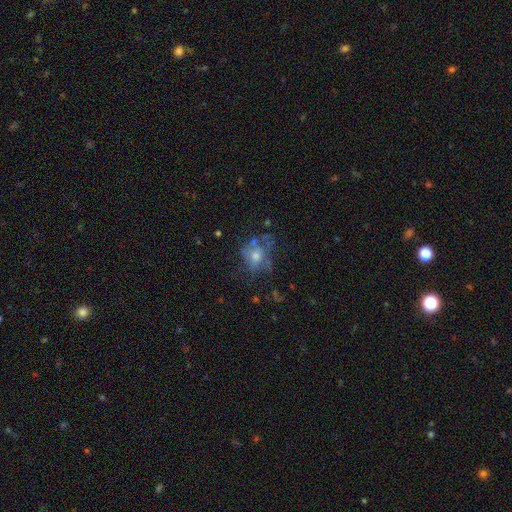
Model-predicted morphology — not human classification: Smooth or featured: featured or disk — 43% (smooth — 41%)
Merging: none — 45% (major disturbance — 26%)